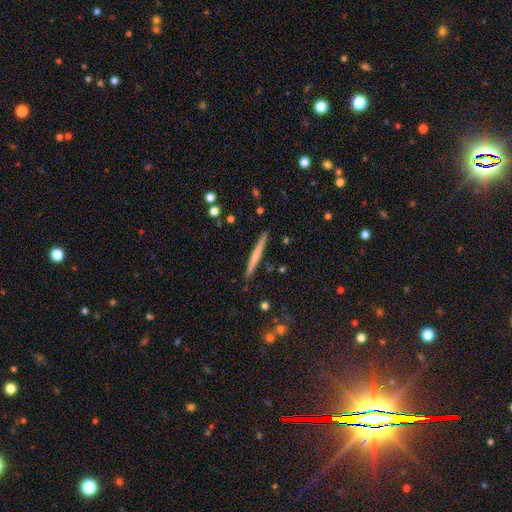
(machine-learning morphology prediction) This is possibly a smooth galaxy (49%). Merging: clearly none (91%).